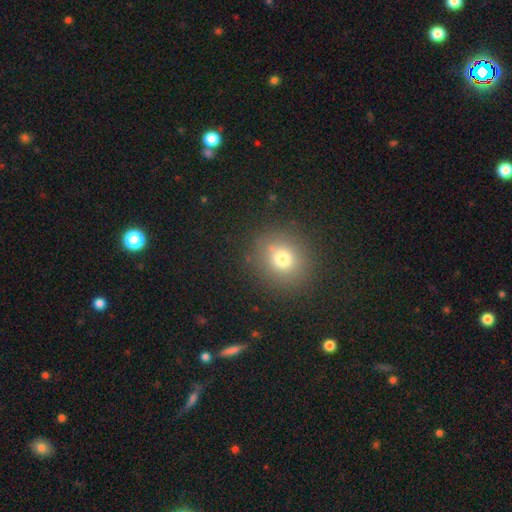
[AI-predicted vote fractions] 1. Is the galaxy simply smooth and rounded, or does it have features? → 68% smooth, 25% star or artifact, 8% featured or disk.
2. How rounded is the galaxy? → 83% round, 16% in between, 1% cigar-shaped.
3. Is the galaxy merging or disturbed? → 91% none, 5% minor disturbance, 2% major disturbance, 1% merger.